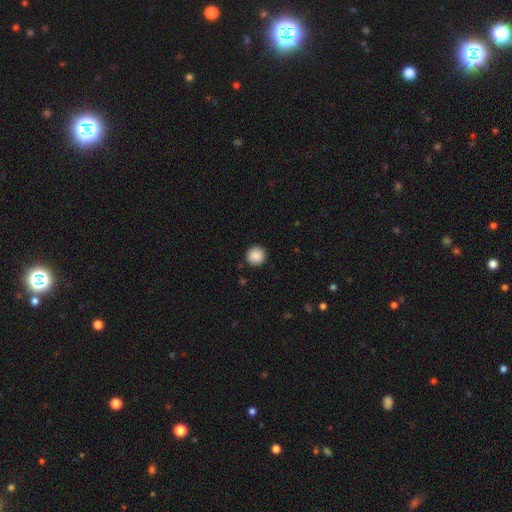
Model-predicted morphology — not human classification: This is clearly a smooth galaxy (89%). How rounded: clearly round (94%). Merging: clearly none (91%).